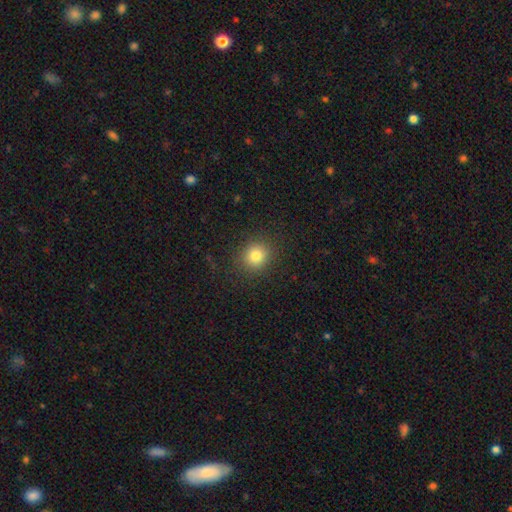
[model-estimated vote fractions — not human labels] This is clearly a smooth galaxy (81%). How rounded: clearly round (84%). Merging: clearly none (89%).